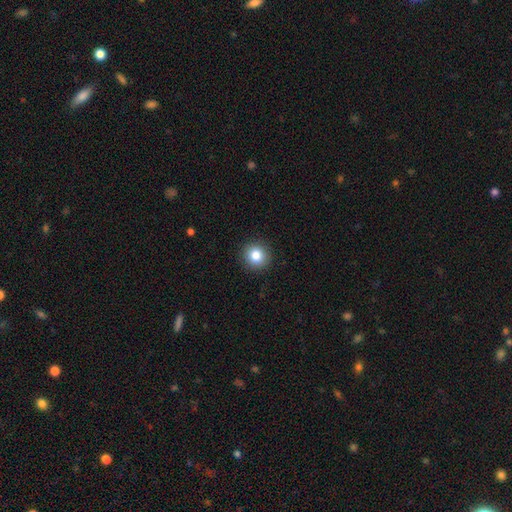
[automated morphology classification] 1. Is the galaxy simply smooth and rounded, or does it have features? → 83% smooth, 10% star or artifact, 7% featured or disk.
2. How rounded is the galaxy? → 93% round, 6% in between, 1% cigar-shaped.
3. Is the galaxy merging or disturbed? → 92% none, 5% minor disturbance, 2% major disturbance, 1% merger.